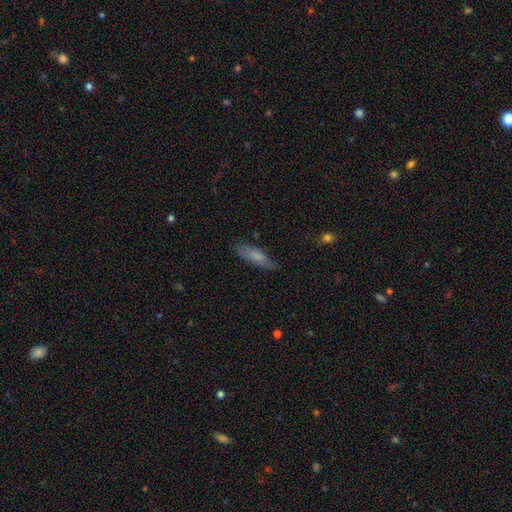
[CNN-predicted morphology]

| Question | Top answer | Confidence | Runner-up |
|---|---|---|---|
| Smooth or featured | smooth | 71% | featured or disk (23%) |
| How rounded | in between | 52% | cigar-shaped (46%) |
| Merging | none | 73% | minor disturbance (21%) |